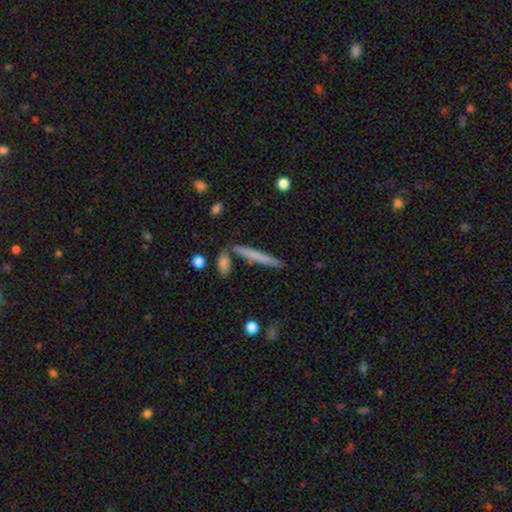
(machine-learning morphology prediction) Q: Smooth or featured?
A: smooth (64%); runner-up: featured or disk (30%)
Q: How rounded?
A: cigar-shaped (95%); runner-up: in between (3%)
Q: Merging?
A: none (84%); runner-up: minor disturbance (8%)